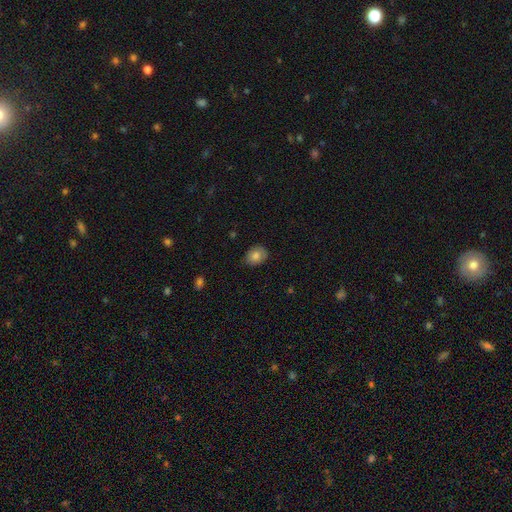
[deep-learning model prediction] The model was most divided on "how rounded": in between: 62%, round: 37%, cigar-shaped: 1%. More confident: smooth or featured — smooth (79%); merging — none (75%).